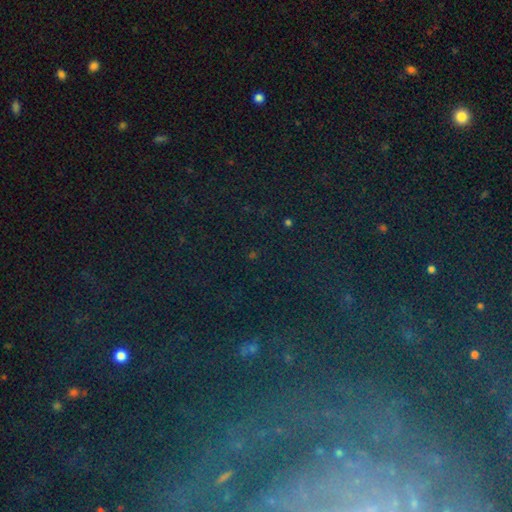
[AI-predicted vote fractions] Q: Smooth or featured?
A: star or artifact (46%); runner-up: featured or disk (36%)